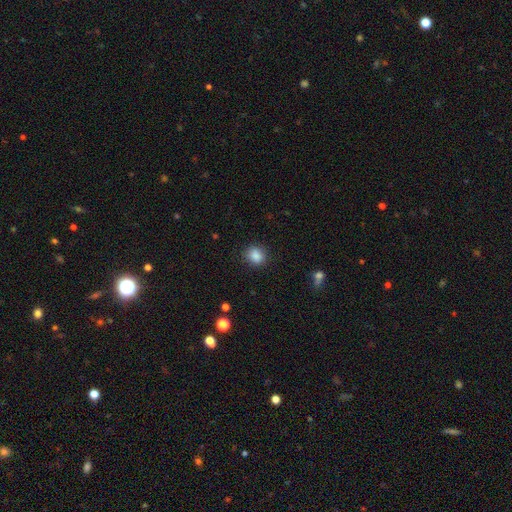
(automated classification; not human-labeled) Smooth or featured? smooth (86%)
How rounded? round (69%)
Merging? none (87%)